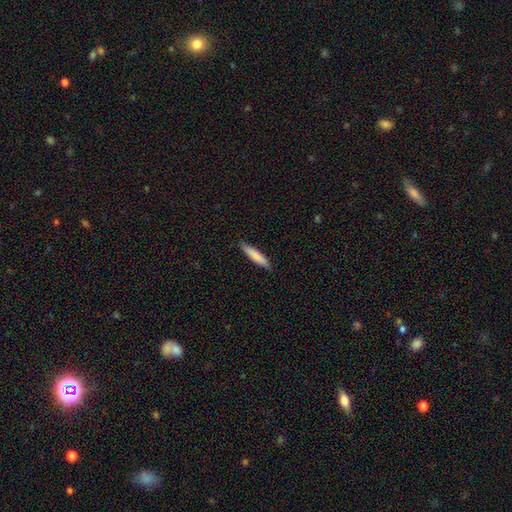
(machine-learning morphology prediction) Smooth or featured? smooth (82%)
How rounded? cigar-shaped (88%)
Merging? none (89%)